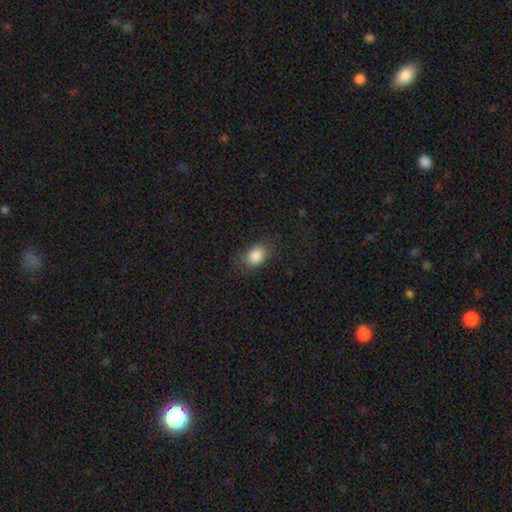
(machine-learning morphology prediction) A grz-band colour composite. It shows a smooth galaxy with no disk features (86%) that is in between round and cigar-shaped (66%). Merging: none (73%).